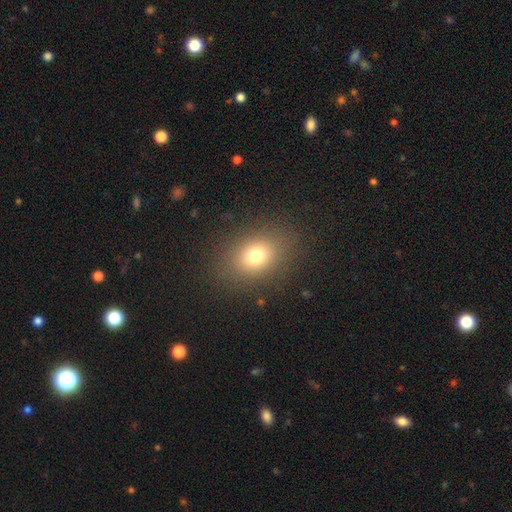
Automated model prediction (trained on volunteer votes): The model was most divided on "how rounded": in between: 58%, round: 40%, cigar-shaped: 1%. More confident: merging — none (84%); smooth or featured — smooth (74%).